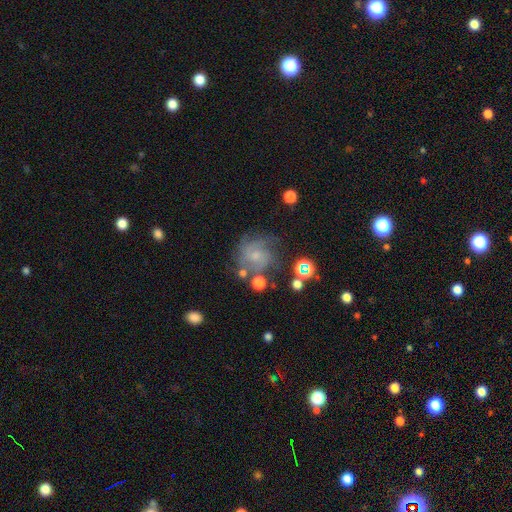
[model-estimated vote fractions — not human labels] featured or disk 62%, smooth 24%, star or artifact 14%. Down the decision tree: edge-on disk — no (98%); bar — no (71%); spiral arms — yes (89%); spiral arm count — can't tell (35%); spiral winding — tight (44%); bulge size — small (59%); merging — none (57%).